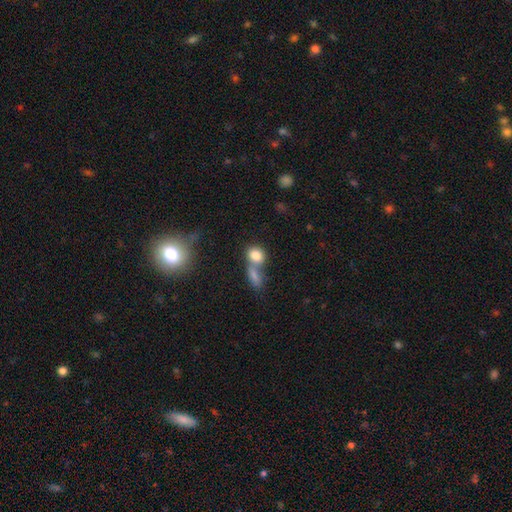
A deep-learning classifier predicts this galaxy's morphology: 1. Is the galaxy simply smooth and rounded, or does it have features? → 80% smooth, 10% star or artifact, 10% featured or disk.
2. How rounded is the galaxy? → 50% in between, 47% round, 3% cigar-shaped.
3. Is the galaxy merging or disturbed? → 56% merger, 31% none, 8% minor disturbance, 5% major disturbance.